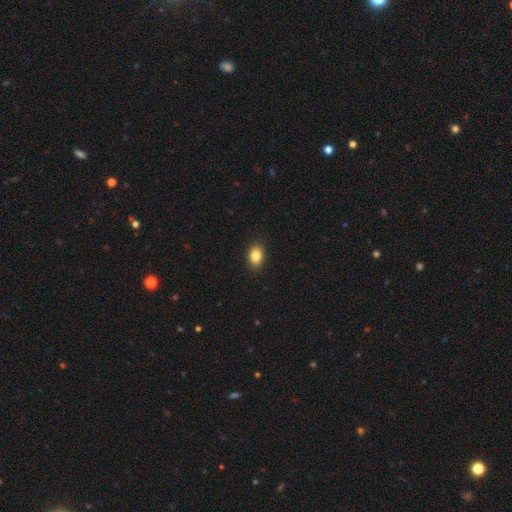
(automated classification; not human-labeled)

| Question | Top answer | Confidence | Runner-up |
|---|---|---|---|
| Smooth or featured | smooth | 85% | star or artifact (9%) |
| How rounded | in between | 81% | round (17%) |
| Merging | none | 90% | minor disturbance (7%) |